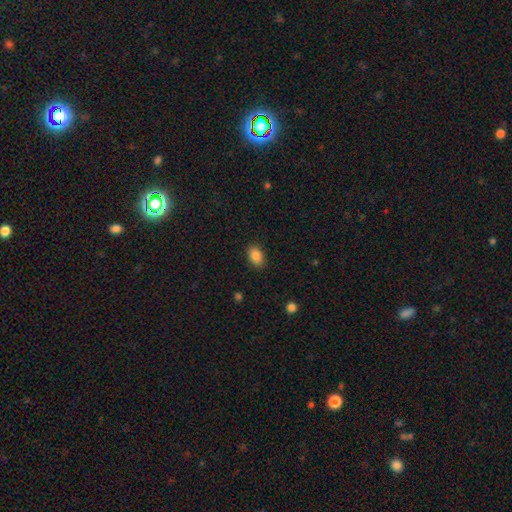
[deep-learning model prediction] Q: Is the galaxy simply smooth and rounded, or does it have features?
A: smooth — 87%.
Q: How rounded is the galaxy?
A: in between — 83%.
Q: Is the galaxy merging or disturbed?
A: none — 86%.